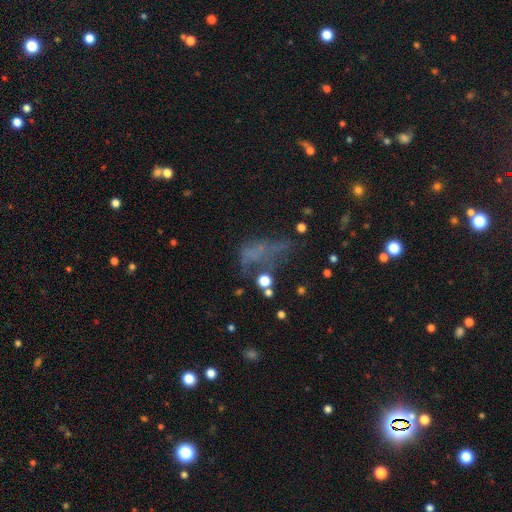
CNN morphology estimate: smooth_or_featured: smooth (p=0.38) [alt: star or artifact p=0.32]
merging: major disturbance (p=0.43) [alt: none p=0.29]